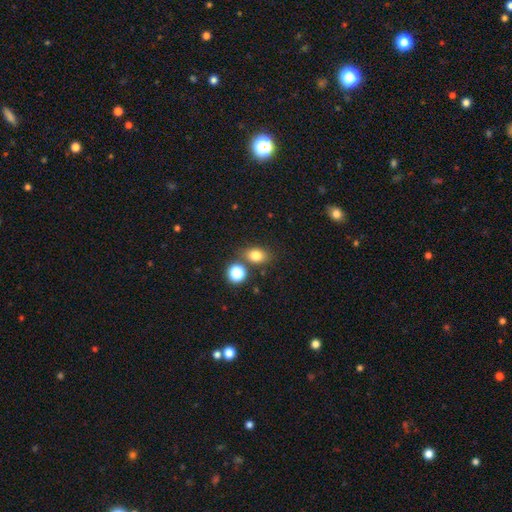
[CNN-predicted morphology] Overall: smooth (79%). How rounded: in between (59%; round 39%). Merging: none (72%).